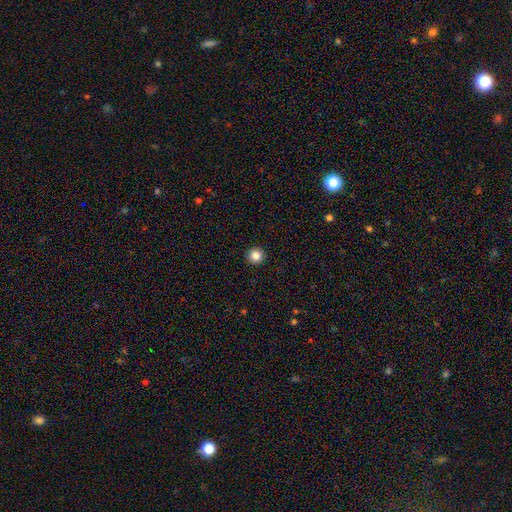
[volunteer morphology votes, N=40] This appears to be a smooth galaxy with no disk features (90%) that is round (97%). Merging: none (97%).